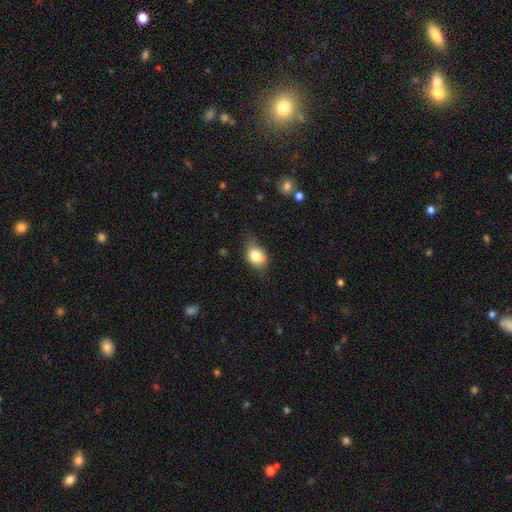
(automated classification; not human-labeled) A smooth galaxy with no disk features (77%) that is in between round and cigar-shaped (68%). Merging: none (60%).